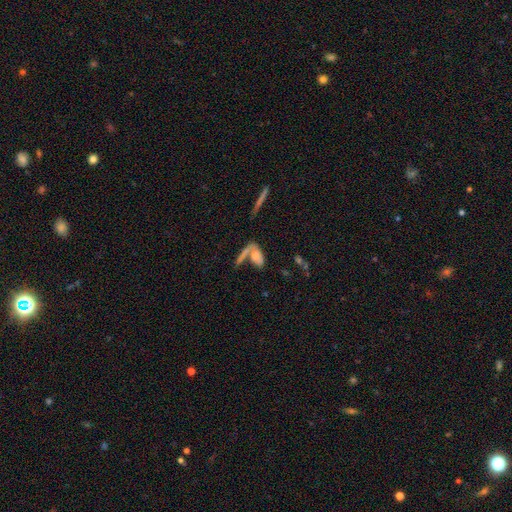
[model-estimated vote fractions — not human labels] Smooth or featured? Predicted: smooth (p=0.63). How rounded? Predicted: in between (p=0.77). Merging? Predicted: merger (p=0.42).